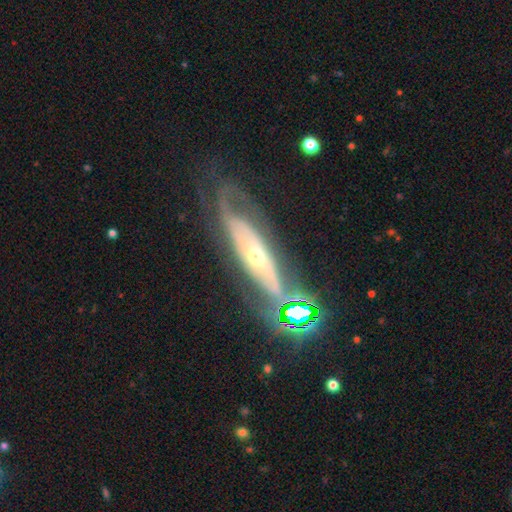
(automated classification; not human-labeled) featured or disk 80%, smooth 12%, star or artifact 8%. Down the decision tree: edge-on disk — no (75%); bar — no (70%); spiral arms — yes (81%); bulge size — small (62%); merging — none (61%).